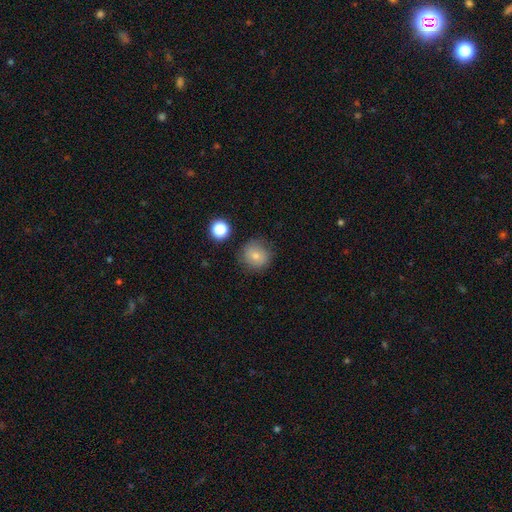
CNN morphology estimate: A smooth galaxy with no disk features (76%) that is round (90%). Merging: none (80%).